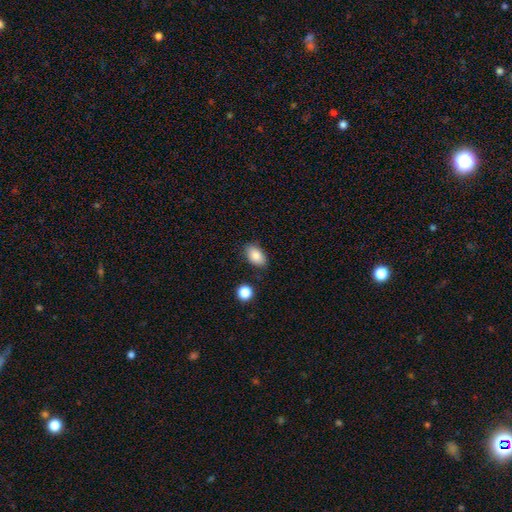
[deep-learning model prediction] Q: Smooth or featured?
A: smooth (85%); runner-up: star or artifact (8%)
Q: How rounded?
A: in between (90%); runner-up: round (9%)
Q: Merging?
A: none (80%); runner-up: minor disturbance (14%)